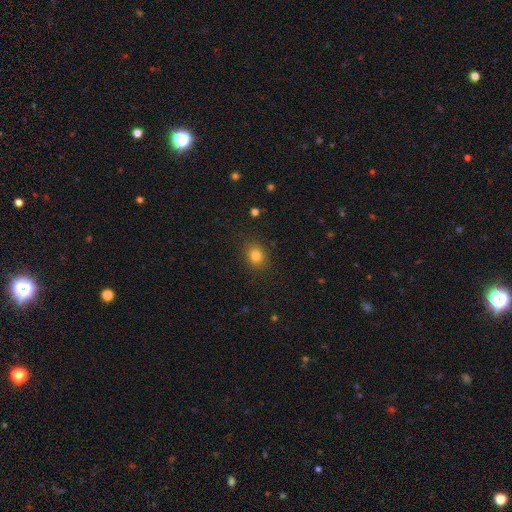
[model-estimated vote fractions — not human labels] The model was most divided on "how rounded": round: 64%, in between: 35%, cigar-shaped: 1%. More confident: merging — none (87%); smooth or featured — smooth (82%).